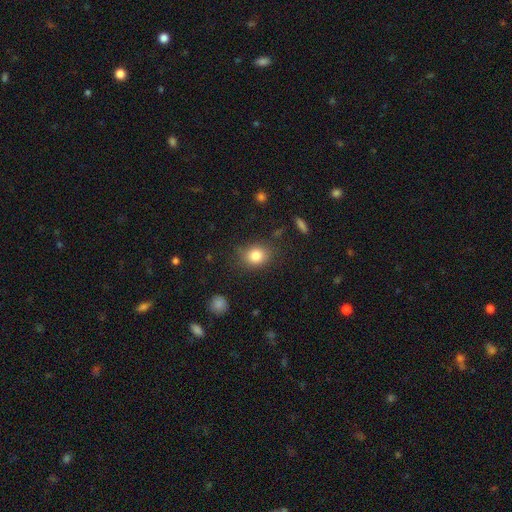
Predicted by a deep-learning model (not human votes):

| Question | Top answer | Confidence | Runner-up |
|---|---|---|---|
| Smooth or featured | smooth | 83% | star or artifact (10%) |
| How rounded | round | 57% | in between (42%) |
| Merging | none | 79% | minor disturbance (14%) |